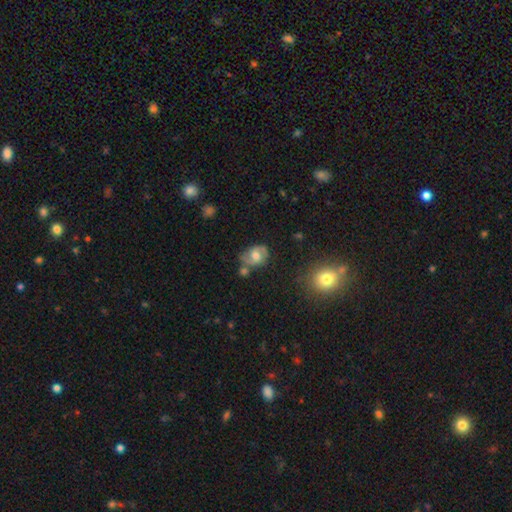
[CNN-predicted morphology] Smooth or featured? featured or disk (46%)
Merging? none (56%)